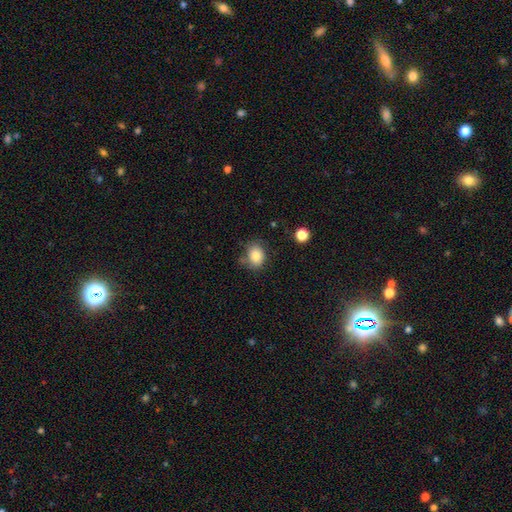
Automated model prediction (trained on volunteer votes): Q: Smooth or featured?
A: smooth (82%); runner-up: star or artifact (10%)
Q: How rounded?
A: in between (50%); runner-up: round (49%)
Q: Merging?
A: none (64%); runner-up: minor disturbance (24%)